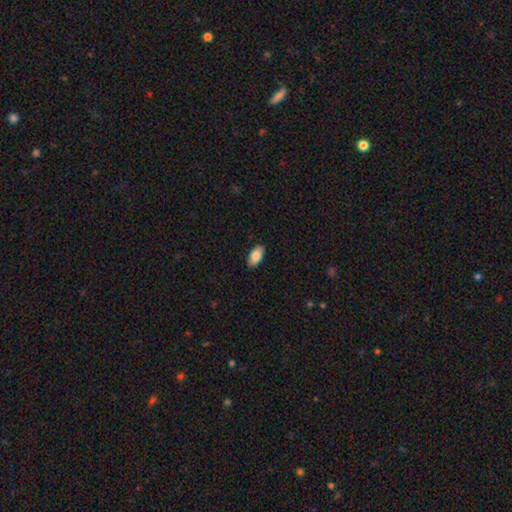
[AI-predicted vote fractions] Smooth or featured? smooth (84%)
How rounded? in between (92%)
Merging? none (89%)